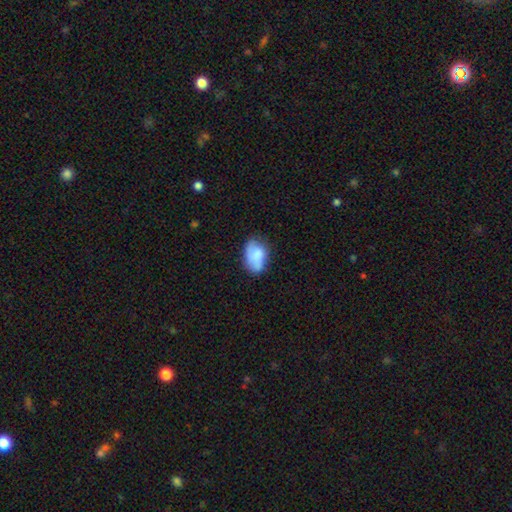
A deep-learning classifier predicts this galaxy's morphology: This is likely a smooth galaxy (73%). How rounded: clearly in between (86%). Merging: possibly none (50%).